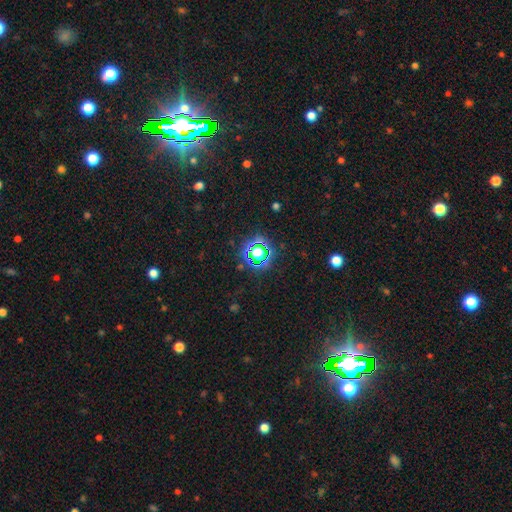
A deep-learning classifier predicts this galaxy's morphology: star or artifact 61%, smooth 29%, featured or disk 10%.